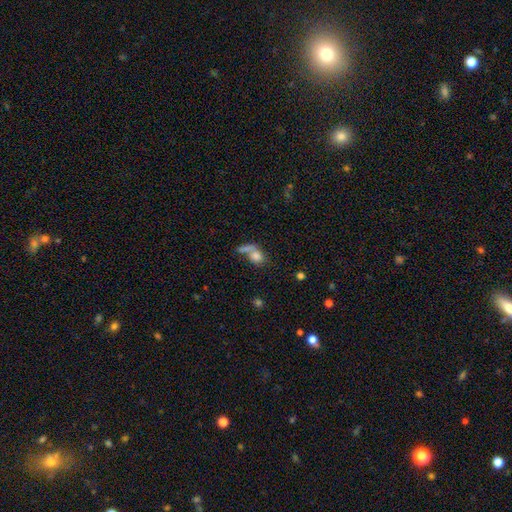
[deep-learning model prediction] Q: Smooth or featured?
A: smooth (64%); runner-up: featured or disk (19%)
Q: How rounded?
A: round (53%); runner-up: in between (42%)
Q: Merging?
A: none (37%); runner-up: merger (35%)